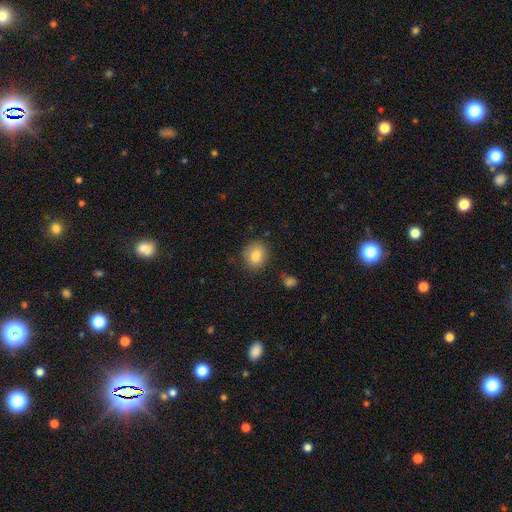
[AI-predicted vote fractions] smooth 81%, featured or disk 10%, star or artifact 9%. Down the decision tree: how rounded — round (59%); merging — none (75%).